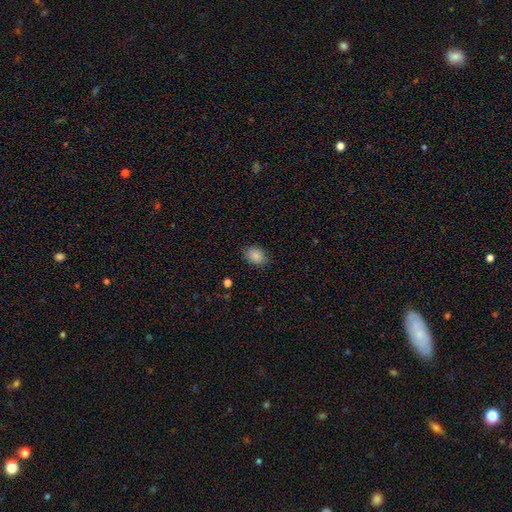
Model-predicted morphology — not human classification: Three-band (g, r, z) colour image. It shows a smooth galaxy with no disk features (87%) that is in between round and cigar-shaped (74%). Merging: none (83%).